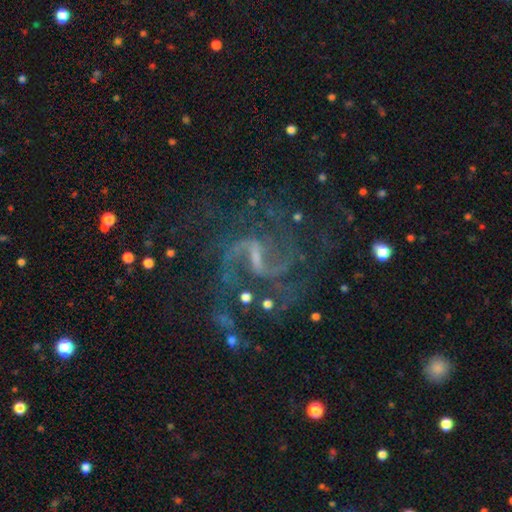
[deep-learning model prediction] Smooth or featured: featured or disk — 88% (star or artifact — 8%)
Edge-on disk: no — 98% (yes — 2%)
Bar: weak — 54% (strong — 33%)
Spiral arms: yes — 97% (no — 3%)
Spiral winding: medium — 51% (loose — 34%)
Spiral arm count: 2 — 71% (can't tell — 9%)
Bulge size: small — 55% (none — 25%)
Merging: none — 62% (major disturbance — 18%)